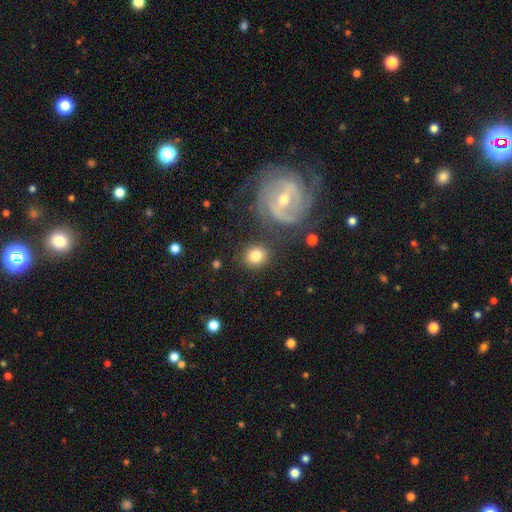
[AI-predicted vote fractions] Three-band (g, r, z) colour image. It shows a smooth galaxy with no disk features (77%) that is round (80%). Merging: none (78%).